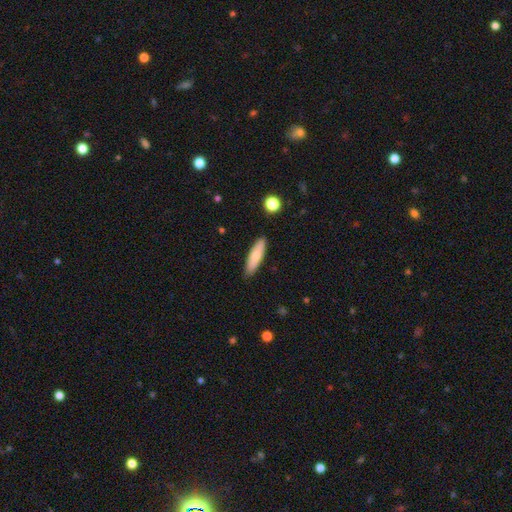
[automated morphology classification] Smooth or featured? Predicted: smooth (p=0.73). How rounded? Predicted: cigar-shaped (p=0.64). Merging? Predicted: none (p=0.85).